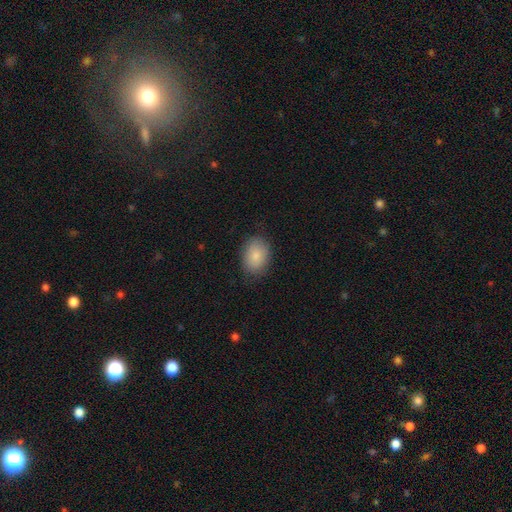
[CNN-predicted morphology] Q: Smooth or featured?
A: smooth (85%); runner-up: featured or disk (8%)
Q: How rounded?
A: in between (71%); runner-up: round (28%)
Q: Merging?
A: none (81%); runner-up: minor disturbance (14%)